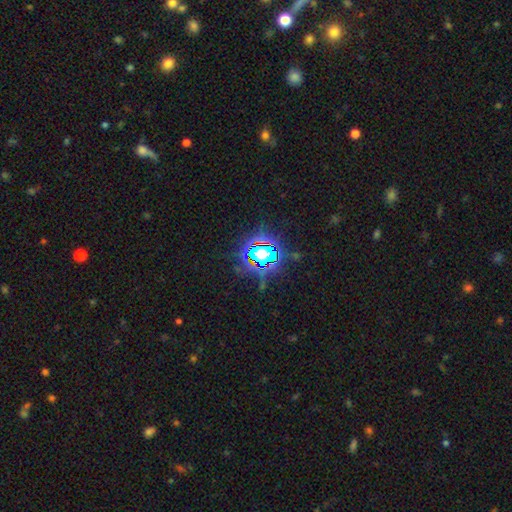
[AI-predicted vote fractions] The model was most divided on "smooth or featured": star or artifact: 74%, smooth: 15%, featured or disk: 12%.